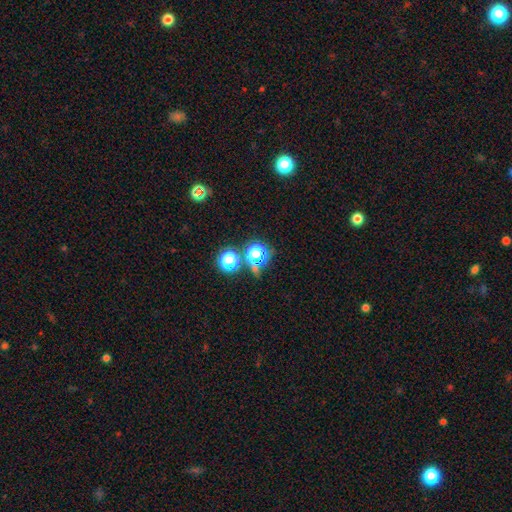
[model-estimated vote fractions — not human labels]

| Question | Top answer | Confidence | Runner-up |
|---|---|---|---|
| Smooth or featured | star or artifact | 52% | smooth (39%) |